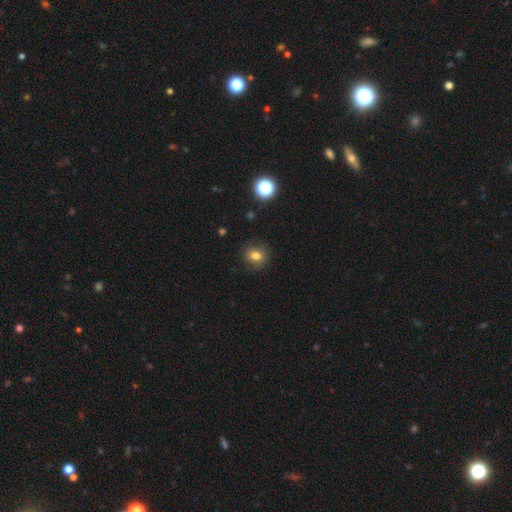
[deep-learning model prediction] Smooth or featured? Predicted: smooth (p=0.78). How rounded? Predicted: round (p=0.72). Merging? Predicted: none (p=0.85).